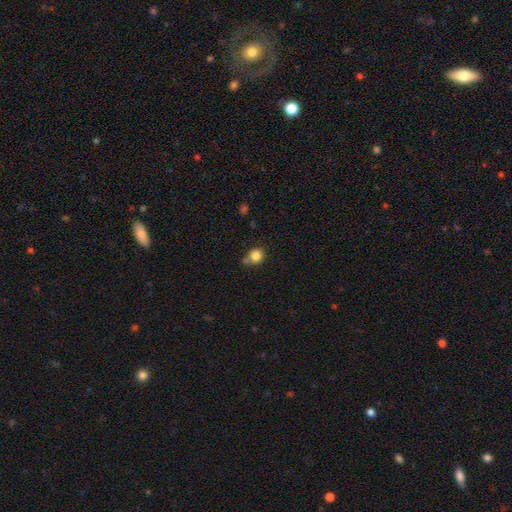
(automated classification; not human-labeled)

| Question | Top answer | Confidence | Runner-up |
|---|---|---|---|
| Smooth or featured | smooth | 83% | star or artifact (11%) |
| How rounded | round | 86% | in between (14%) |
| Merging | none | 61% | merger (18%) |